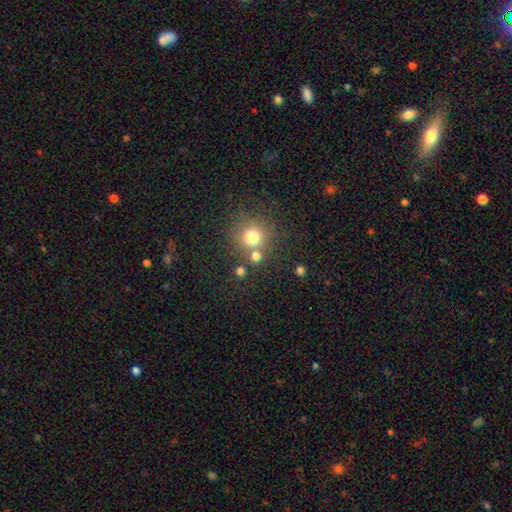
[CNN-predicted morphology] type=smooth (75%); roundness=round (91%); merging=none (66%).